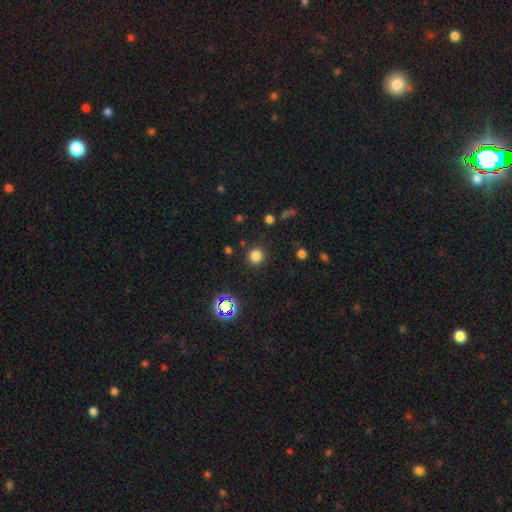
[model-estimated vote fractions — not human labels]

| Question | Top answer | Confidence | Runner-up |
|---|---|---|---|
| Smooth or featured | smooth | 78% | star or artifact (18%) |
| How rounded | round | 92% | in between (7%) |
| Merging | none | 88% | minor disturbance (7%) |